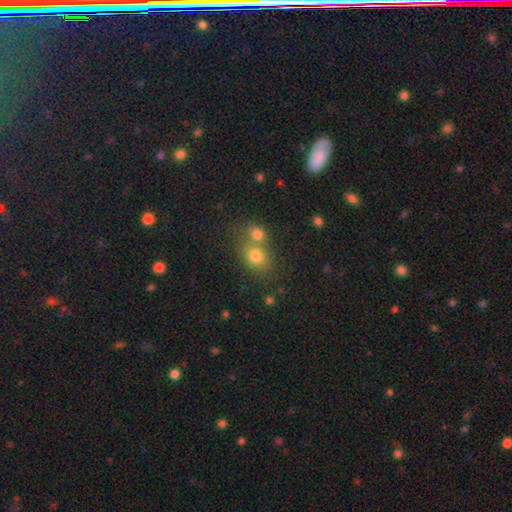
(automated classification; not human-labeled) A smooth galaxy with no disk features (76%) that is round (59%). Merging: merger (49%).